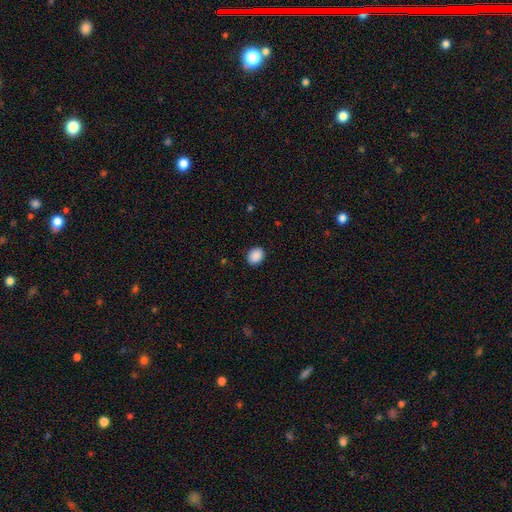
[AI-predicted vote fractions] Smooth or featured? Predicted: smooth (p=0.90). How rounded? Predicted: round (p=0.50). Merging? Predicted: none (p=0.89).